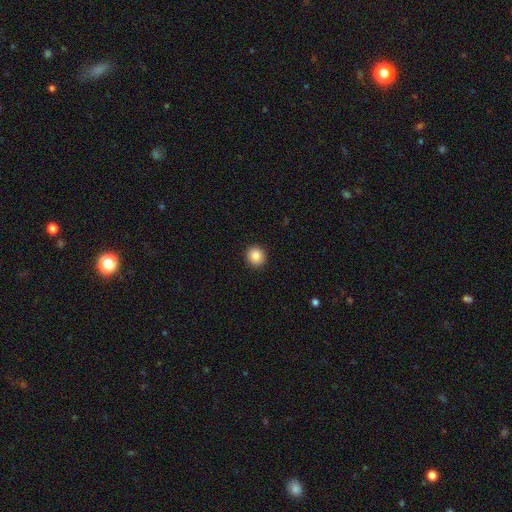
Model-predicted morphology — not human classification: Smooth or featured: smooth — 87% (star or artifact — 9%)
How rounded: round — 89% (in between — 10%)
Merging: none — 92% (minor disturbance — 5%)